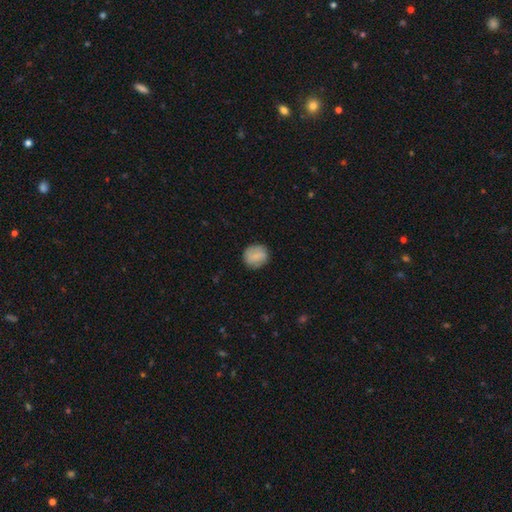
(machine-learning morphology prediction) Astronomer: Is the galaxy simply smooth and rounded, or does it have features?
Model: smooth — 80%.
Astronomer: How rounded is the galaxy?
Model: round — 82%.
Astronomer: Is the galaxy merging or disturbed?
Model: none — 84%.